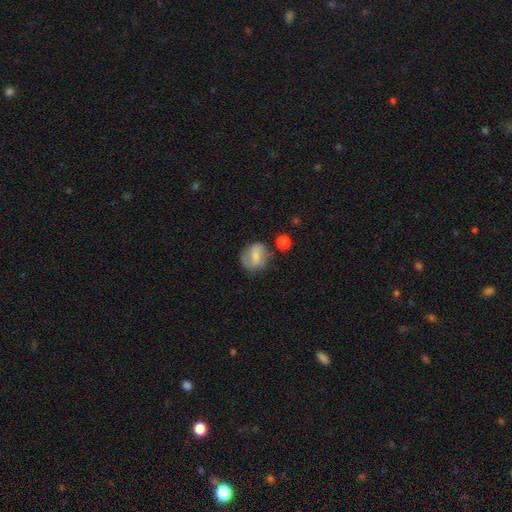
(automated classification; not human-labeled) Smooth or featured: smooth — 52% (featured or disk — 39%)
How rounded: round — 63% (in between — 35%)
Merging: none — 65% (minor disturbance — 21%)